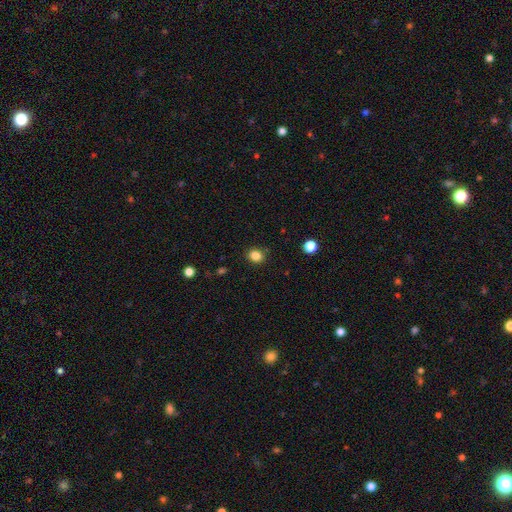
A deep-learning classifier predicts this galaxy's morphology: A smooth galaxy with no disk features (84%) that is round (70%).

Vote fractions:
- Smooth or featured? smooth: 84% / star or artifact: 12% / featured or disk: 4%
- How rounded? round: 70% / in between: 30% / cigar-shaped: 1%
- Merging? none: 88% / minor disturbance: 8% / major disturbance: 2% / merger: 2%